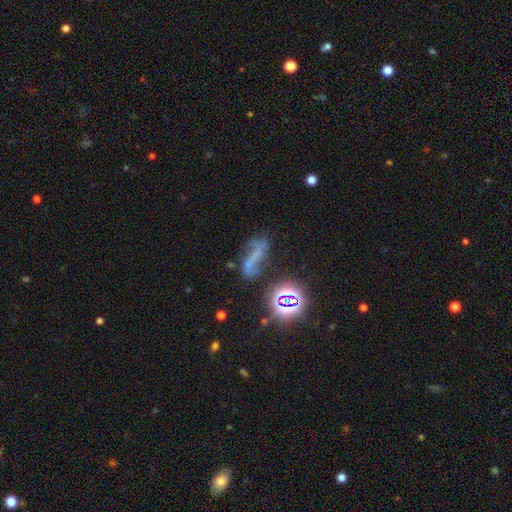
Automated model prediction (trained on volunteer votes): Smooth or featured? Predicted: featured or disk (p=0.48). Merging? Predicted: none (p=0.51).